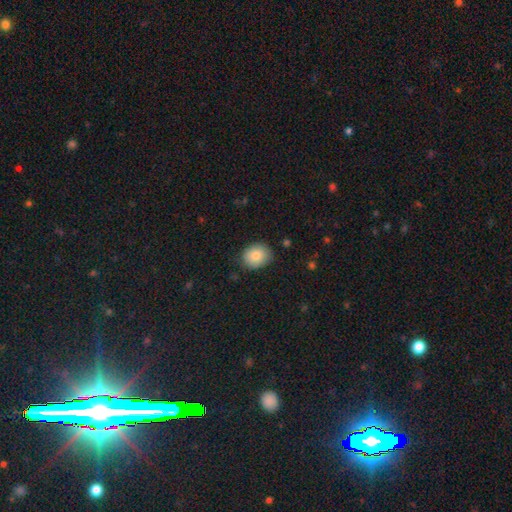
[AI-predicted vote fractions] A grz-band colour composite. It shows a smooth galaxy with no disk features (84%) that is round (57%). Merging: none (82%).